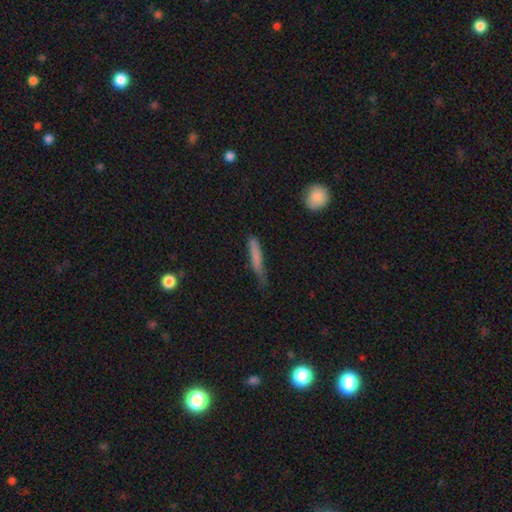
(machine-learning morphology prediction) A smooth galaxy with no disk features (72%) that is cigar-shaped (92%). Merging: none (59%).